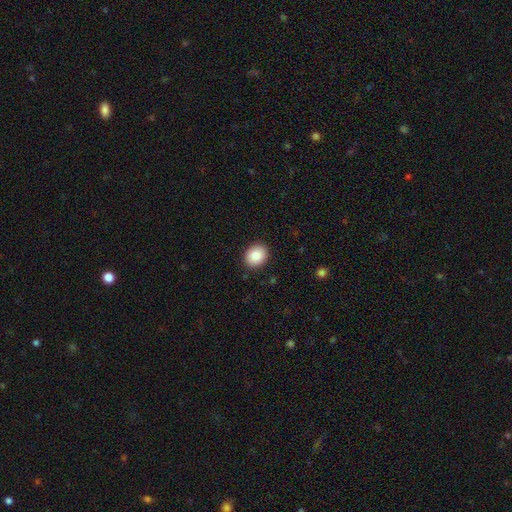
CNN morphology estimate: This is clearly a smooth galaxy (86%). How rounded: possibly round (53%). Merging: clearly none (90%).